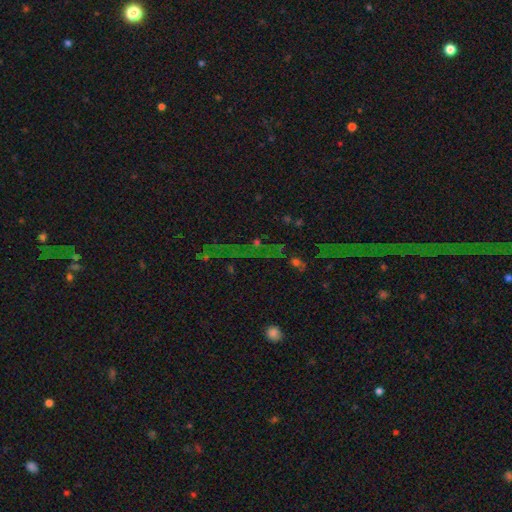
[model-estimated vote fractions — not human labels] star or artifact 67%, smooth 17%, featured or disk 16%.